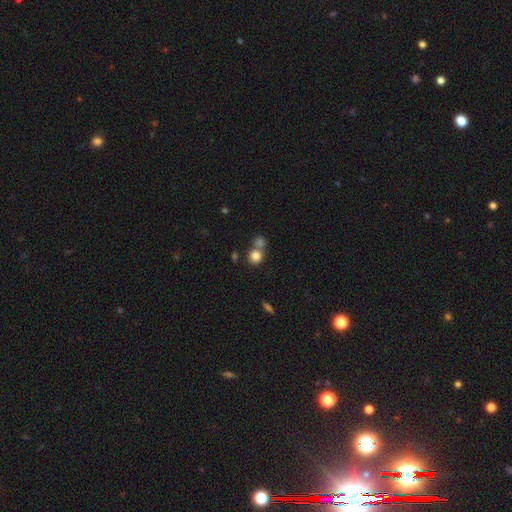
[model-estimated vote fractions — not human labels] This appears to be a smooth galaxy with no disk features (80%) that is round (87%). Merging: none (51%).